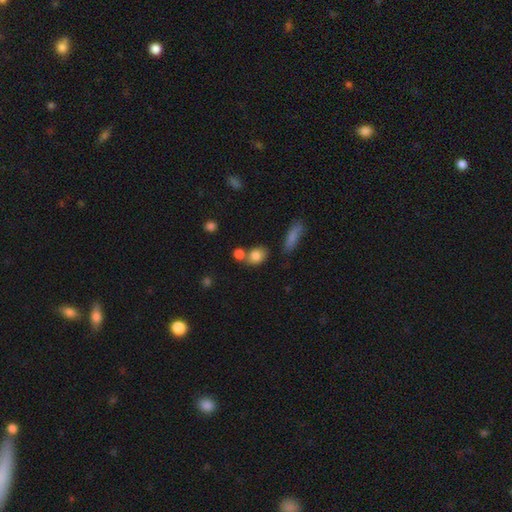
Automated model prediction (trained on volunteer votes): The model was most divided on "how rounded": in between: 50%, round: 47%, cigar-shaped: 3%. More confident: smooth or featured — smooth (81%); merging — none (53%).